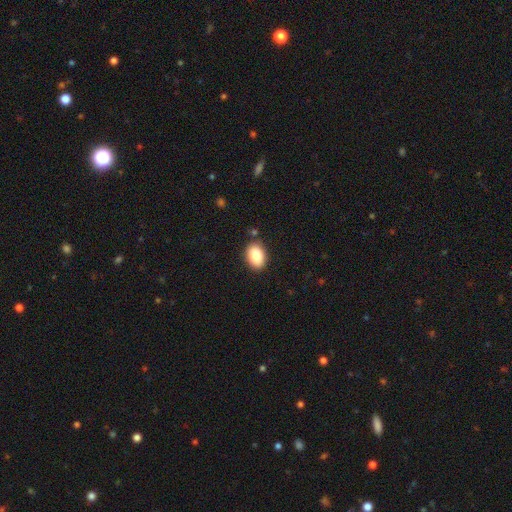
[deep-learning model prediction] smooth-or-featured: smooth: 86% | star or artifact: 7% | featured or disk: 7%
  how-rounded: in between: 85% | round: 14% | cigar-shaped: 1%
  merging: none: 85% | minor disturbance: 10% | merger: 3% | major disturbance: 2%